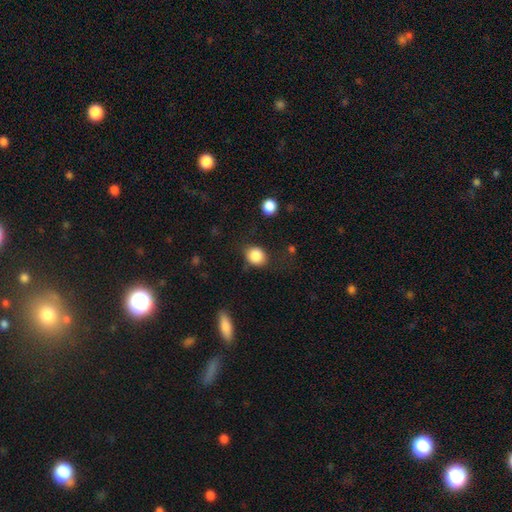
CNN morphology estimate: Smooth or featured?
  - smooth: 86% *
  - star or artifact: 9%
  - featured or disk: 5%
How rounded?
  - round: 66% *
  - in between: 33%
  - cigar-shaped: 1%
Merging?
  - none: 74% *
  - minor disturbance: 17%
  - major disturbance: 6%
  - merger: 3%